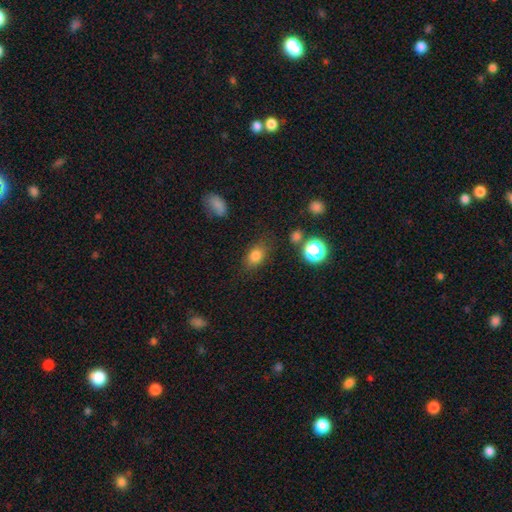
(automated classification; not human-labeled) Q: Smooth or featured?
A: smooth (79%); runner-up: star or artifact (14%)
Q: How rounded?
A: in between (76%); runner-up: round (23%)
Q: Merging?
A: none (77%); runner-up: minor disturbance (15%)